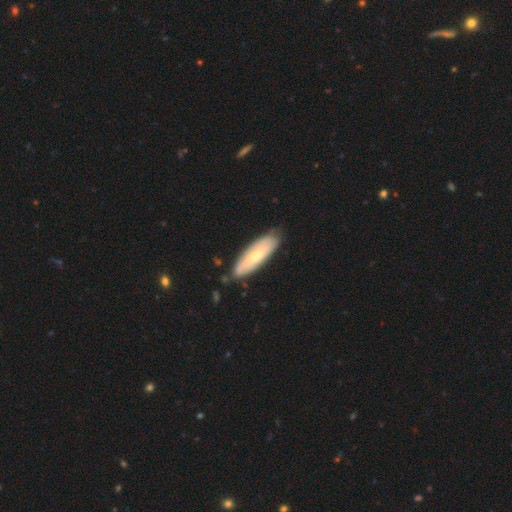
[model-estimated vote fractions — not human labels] Smooth or featured?
  - smooth: 54% *
  - featured or disk: 41%
  - star or artifact: 5%
How rounded?
  - in between: 49% * (tied)
  - cigar-shaped: 49% * (tied)
  - round: 2%
Merging?
  - none: 78% *
  - minor disturbance: 16%
  - major disturbance: 3%
  - merger: 2%